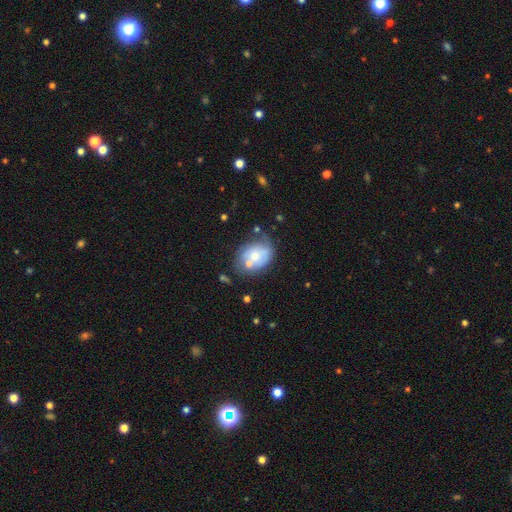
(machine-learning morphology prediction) smooth 57%, featured or disk 35%, star or artifact 8%. Down the decision tree: how rounded — in between (66%); merging — none (42%).